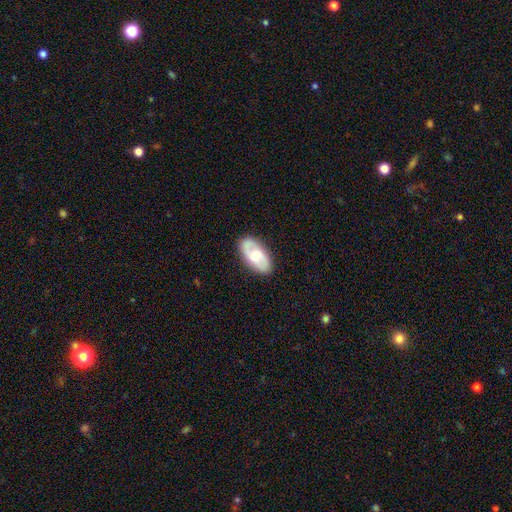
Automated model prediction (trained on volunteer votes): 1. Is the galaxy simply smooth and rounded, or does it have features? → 57% featured or disk, 37% smooth, 5% star or artifact.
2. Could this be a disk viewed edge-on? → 92% no, 8% yes.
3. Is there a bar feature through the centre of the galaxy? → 50% no, 39% weak, 10% strong.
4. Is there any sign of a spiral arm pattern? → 75% yes, 25% no.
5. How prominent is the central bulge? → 66% moderate, 19% small, 12% large, 2% none, 1% dominant.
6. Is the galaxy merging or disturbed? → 84% none, 12% minor disturbance, 3% major disturbance, 1% merger.